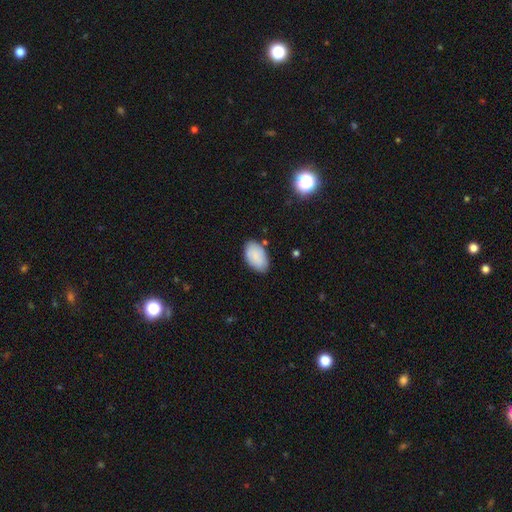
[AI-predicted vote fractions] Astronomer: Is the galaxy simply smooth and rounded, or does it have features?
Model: smooth — 86%.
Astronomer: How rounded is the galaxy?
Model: in between — 94%.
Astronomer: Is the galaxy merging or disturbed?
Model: none — 78%.